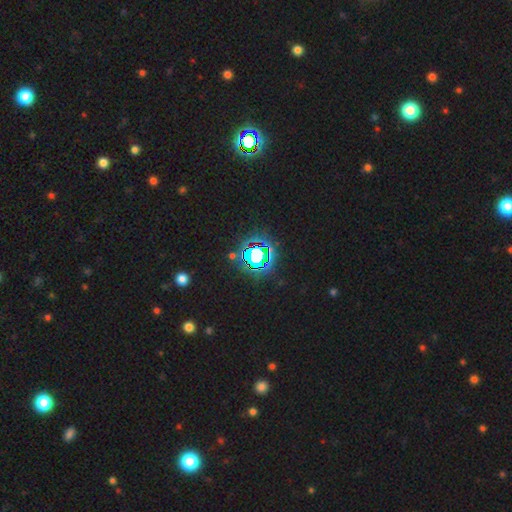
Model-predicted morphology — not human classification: smooth_or_featured: star or artifact (p=0.73) [alt: smooth p=0.16]